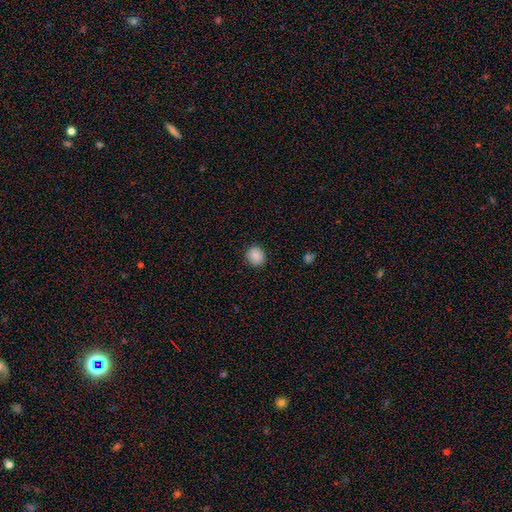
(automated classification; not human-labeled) smooth-or-featured: smooth: 87% | star or artifact: 8% | featured or disk: 4%
  how-rounded: round: 85% | in between: 14% | cigar-shaped: 1%
  merging: none: 89% | minor disturbance: 8% | major disturbance: 2% | merger: 1%